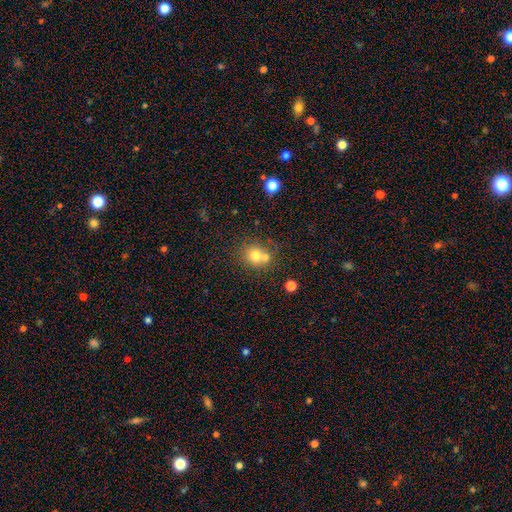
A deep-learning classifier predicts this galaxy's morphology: A smooth galaxy with no disk features (72%) that is round (81%). Merging: none (49%).